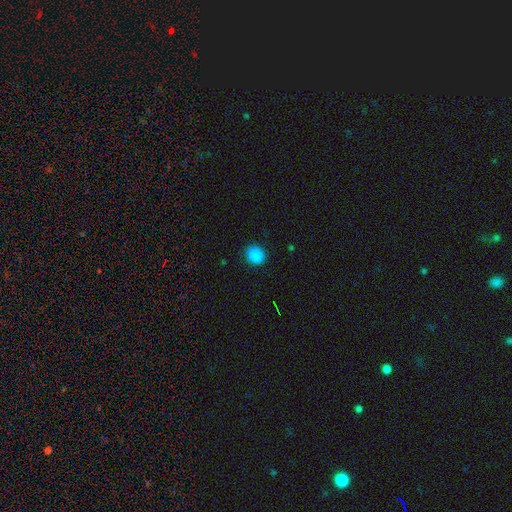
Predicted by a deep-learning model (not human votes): smooth-or-featured: smooth: 86% | star or artifact: 11% | featured or disk: 3%
  how-rounded: round: 70% | in between: 29% | cigar-shaped: 1%
  merging: none: 85% | minor disturbance: 11% | major disturbance: 3% | merger: 1%